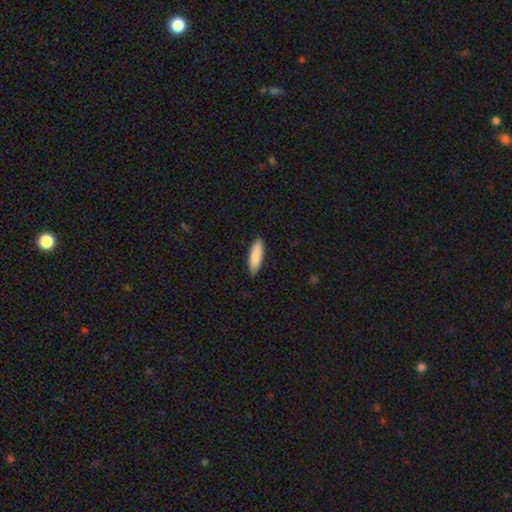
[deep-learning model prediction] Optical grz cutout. It shows a smooth galaxy with no disk features (89%) that is in between round and cigar-shaped (55%). Merging: none (88%).